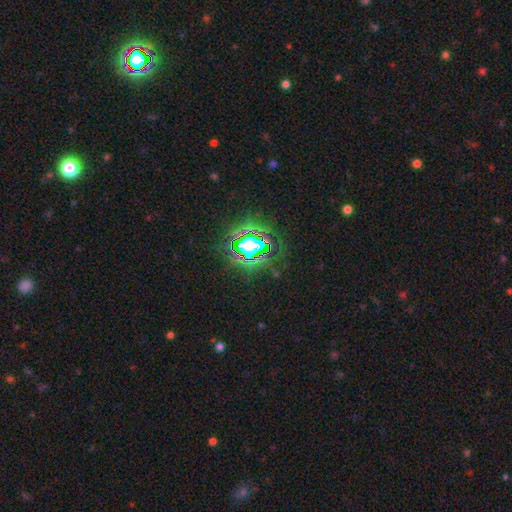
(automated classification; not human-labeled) Smooth or featured? Predicted: star or artifact (p=0.79).